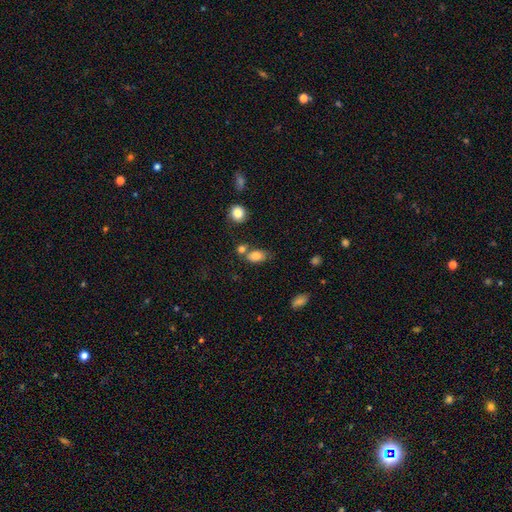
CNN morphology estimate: Q: Smooth or featured?
A: smooth (81%); runner-up: featured or disk (10%)
Q: How rounded?
A: in between (85%); runner-up: round (13%)
Q: Merging?
A: none (53%); runner-up: merger (22%)